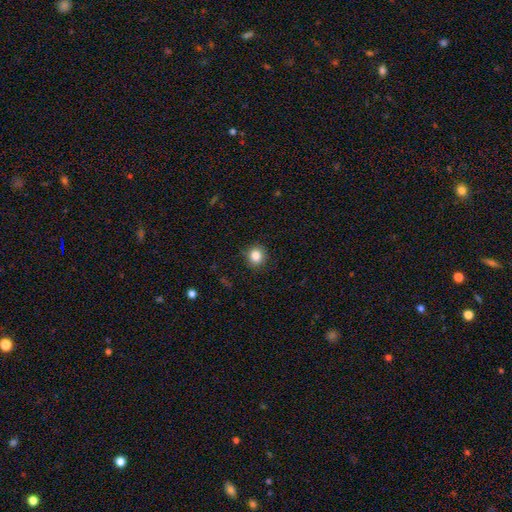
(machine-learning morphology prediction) Q: Smooth or featured?
A: smooth (85%); runner-up: star or artifact (10%)
Q: How rounded?
A: round (87%); runner-up: in between (12%)
Q: Merging?
A: none (88%); runner-up: minor disturbance (9%)